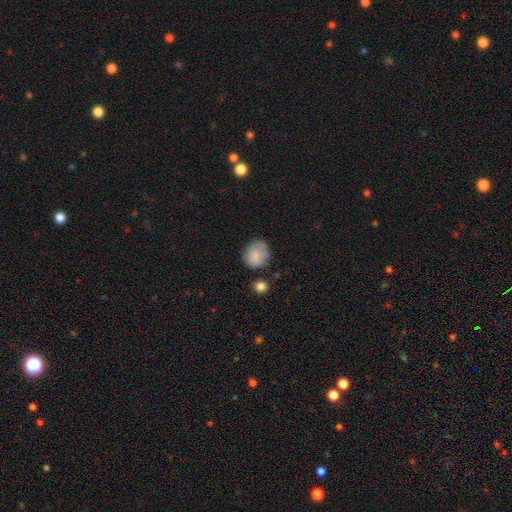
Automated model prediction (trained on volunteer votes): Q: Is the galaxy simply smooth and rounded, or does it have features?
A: smooth — 83%.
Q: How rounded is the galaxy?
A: round — 71%.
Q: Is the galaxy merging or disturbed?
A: none — 64%.